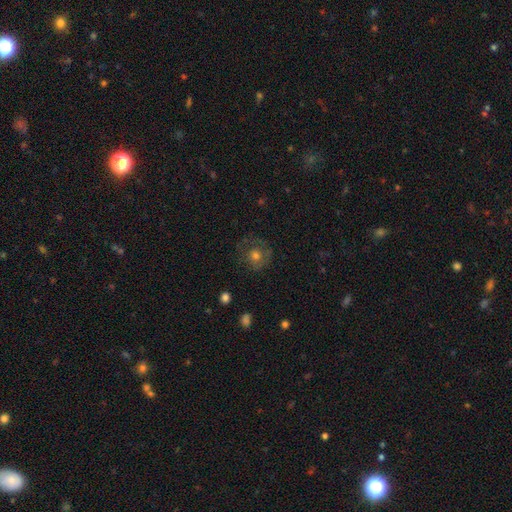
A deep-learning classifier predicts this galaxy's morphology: type=smooth (51%); roundness=round (87%); merging=none (70%).